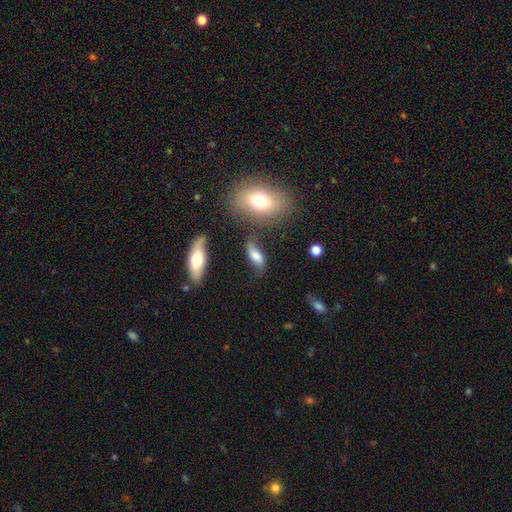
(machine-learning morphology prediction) Q: Smooth or featured?
A: smooth (67%); runner-up: featured or disk (22%)
Q: How rounded?
A: in between (77%); runner-up: cigar-shaped (18%)
Q: Merging?
A: none (55%); runner-up: minor disturbance (25%)